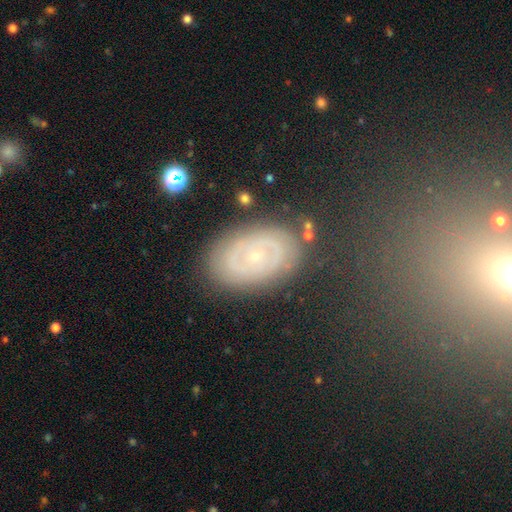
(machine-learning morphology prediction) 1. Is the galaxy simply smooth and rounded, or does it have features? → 69% featured or disk, 21% smooth, 10% star or artifact.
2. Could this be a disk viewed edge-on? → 95% no, 5% yes.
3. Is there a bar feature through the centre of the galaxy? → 79% no, 17% weak, 5% strong.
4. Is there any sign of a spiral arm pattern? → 69% yes, 31% no.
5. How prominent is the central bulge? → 79% small, 17% moderate, 1% none, 1% large, 1% dominant.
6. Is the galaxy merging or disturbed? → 84% none, 11% minor disturbance, 3% major disturbance, 2% merger.